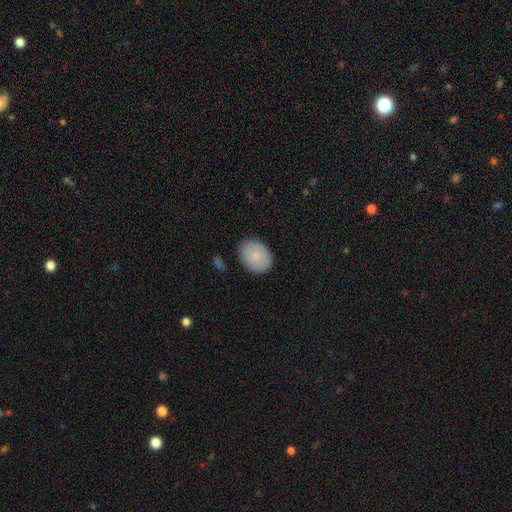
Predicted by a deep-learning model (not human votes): Smooth or featured: smooth — 85% (featured or disk — 9%)
How rounded: in between — 64% (round — 35%)
Merging: none — 86% (minor disturbance — 10%)